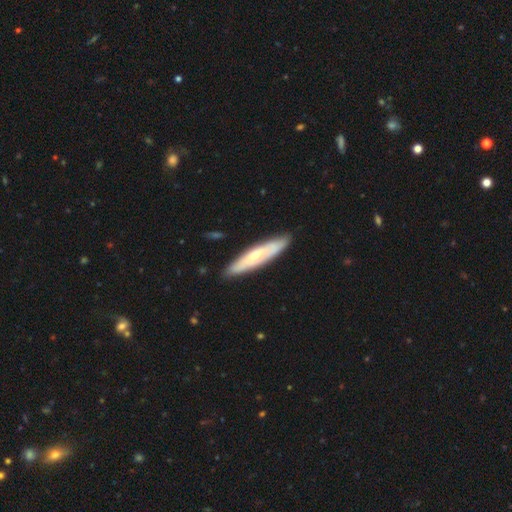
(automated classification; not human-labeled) This appears to be a featured or disk galaxy (48%). Merging: none (86%).